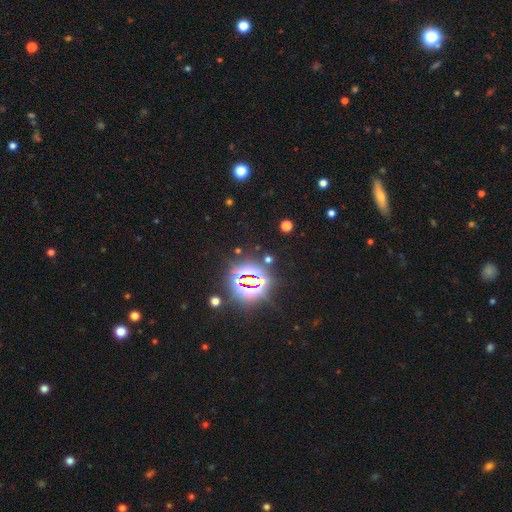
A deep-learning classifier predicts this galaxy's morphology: star or artifact 82%, smooth 10%, featured or disk 7%.